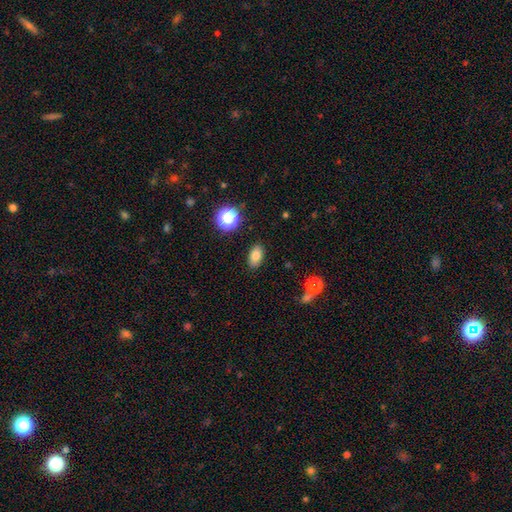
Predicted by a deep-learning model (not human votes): Smooth or featured?
  - smooth: 79% *
  - star or artifact: 12%
  - featured or disk: 9%
How rounded?
  - in between: 88% *
  - round: 10%
  - cigar-shaped: 3%
Merging?
  - none: 87% *
  - minor disturbance: 9%
  - major disturbance: 3%
  - merger: 2%